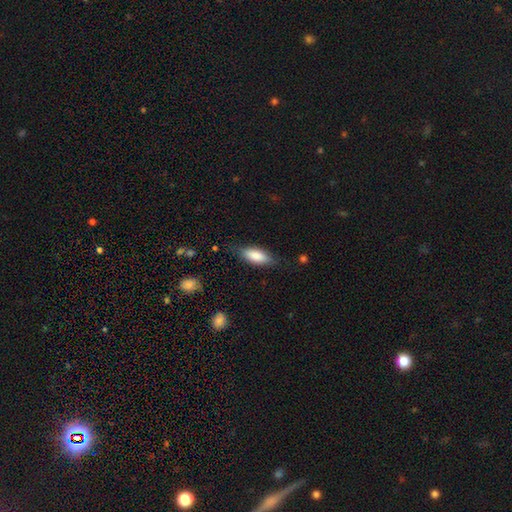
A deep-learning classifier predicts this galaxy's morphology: This is clearly a smooth galaxy (82%). How rounded: likely in between (75%). Merging: likely none (77%).